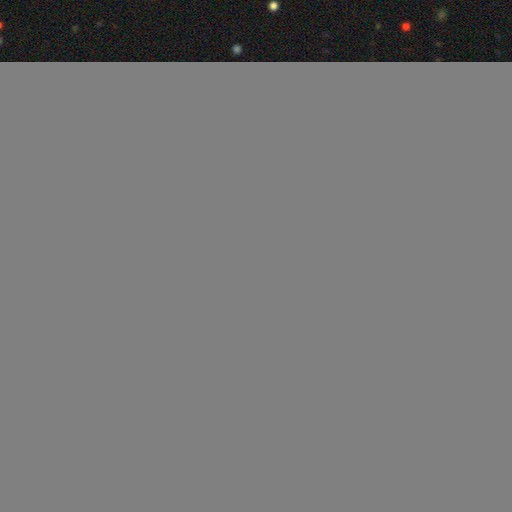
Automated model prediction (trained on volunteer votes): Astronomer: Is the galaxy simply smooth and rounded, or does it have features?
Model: smooth — 66%.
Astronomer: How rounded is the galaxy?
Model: cigar-shaped — 95%.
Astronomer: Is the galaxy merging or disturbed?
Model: none — 90%.